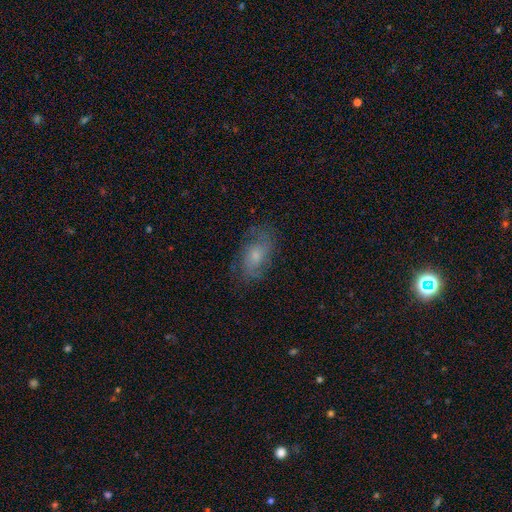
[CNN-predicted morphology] This appears to be a featured or disk galaxy (56%) with no bar (74%), spiral arms (79%) and a small central bulge (52%). Merging: none (67%).